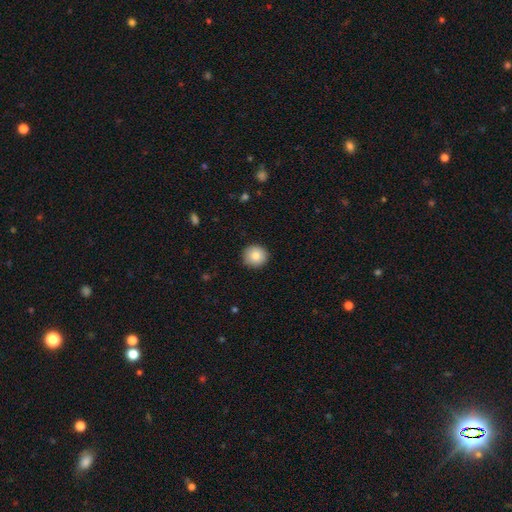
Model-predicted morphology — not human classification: Smooth or featured: smooth — 83% (star or artifact — 9%)
How rounded: round — 92% (in between — 7%)
Merging: none — 90% (minor disturbance — 7%)